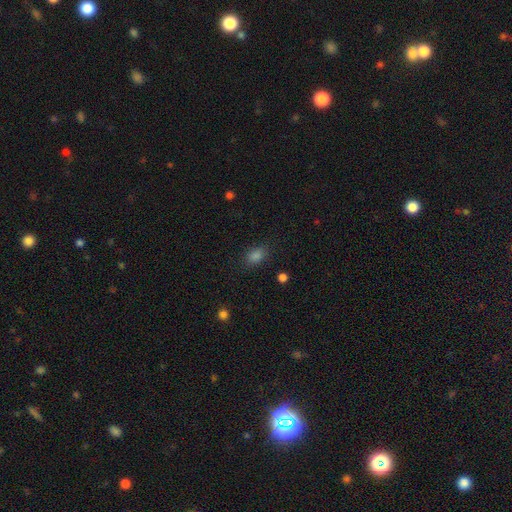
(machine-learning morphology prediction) This appears to be a smooth galaxy with no disk features (80%) that is in between round and cigar-shaped (74%). Merging: none (83%).